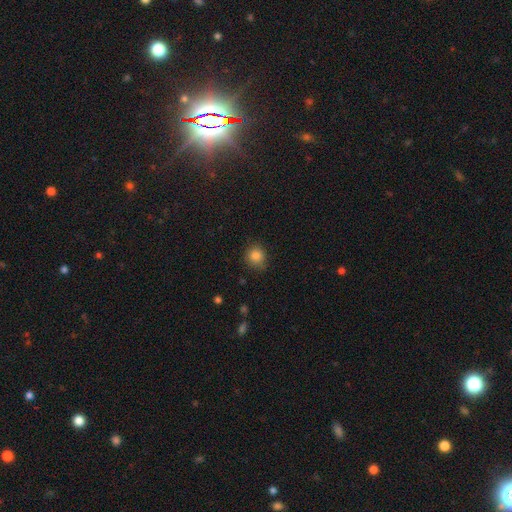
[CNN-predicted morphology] A smooth galaxy with no disk features (84%) that is round (86%).

Vote fractions:
- Smooth or featured? smooth: 84% / star or artifact: 11% / featured or disk: 5%
- How rounded? round: 86% / in between: 13% / cigar-shaped: 1%
- Merging? none: 80% / minor disturbance: 16% / major disturbance: 3% / merger: 1%